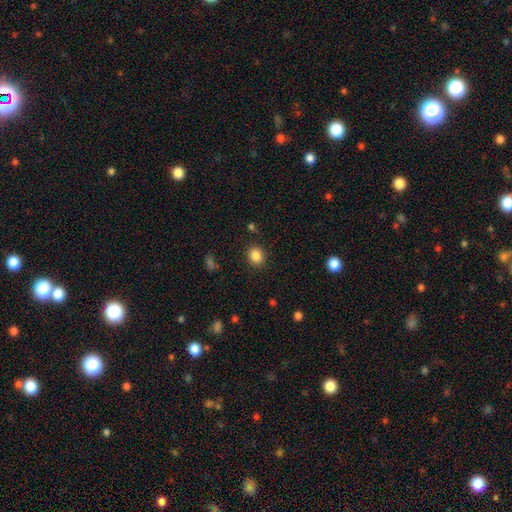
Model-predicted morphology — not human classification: smooth 86%, star or artifact 10%, featured or disk 4%. Down the decision tree: how rounded — round (62%); merging — none (88%).